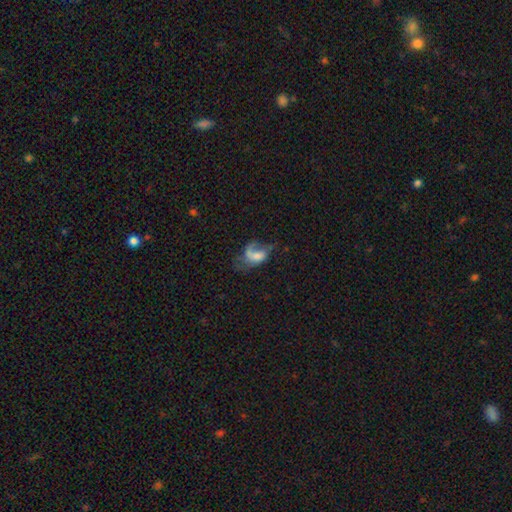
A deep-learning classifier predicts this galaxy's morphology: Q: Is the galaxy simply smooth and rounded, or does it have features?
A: featured or disk — 54%.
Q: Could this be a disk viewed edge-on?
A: no — 97%.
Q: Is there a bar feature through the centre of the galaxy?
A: no — 59%.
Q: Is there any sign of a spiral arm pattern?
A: yes — 71%.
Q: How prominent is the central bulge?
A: moderate — 33%.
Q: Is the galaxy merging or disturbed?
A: major disturbance — 48%.